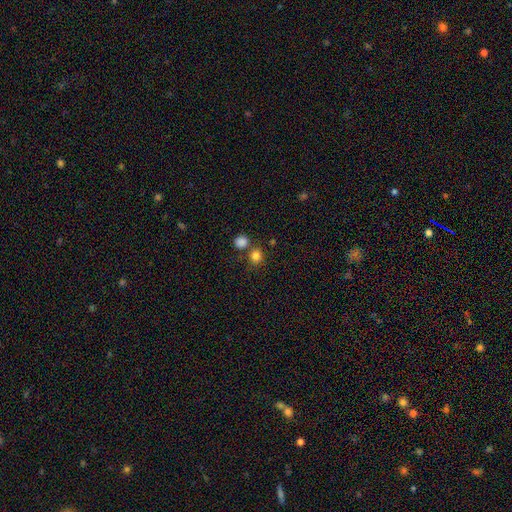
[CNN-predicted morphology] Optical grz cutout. It shows a smooth galaxy with no disk features (82%) that is round (86%). Merging: none (68%).